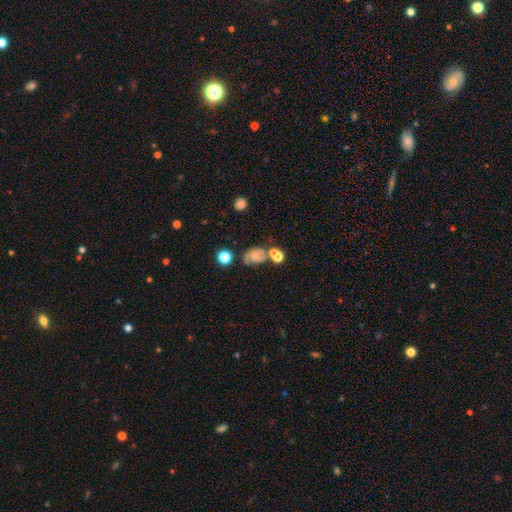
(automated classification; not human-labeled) A featured or disk galaxy (50%). Merging: none (42%).